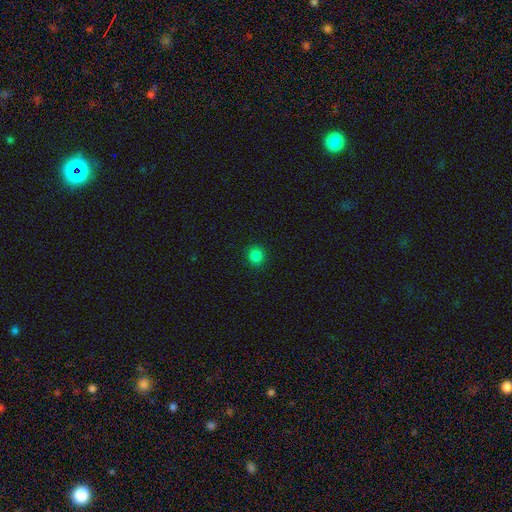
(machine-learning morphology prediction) Smooth or featured: smooth — 83% (star or artifact — 14%)
How rounded: round — 87% (in between — 12%)
Merging: none — 92% (minor disturbance — 6%)